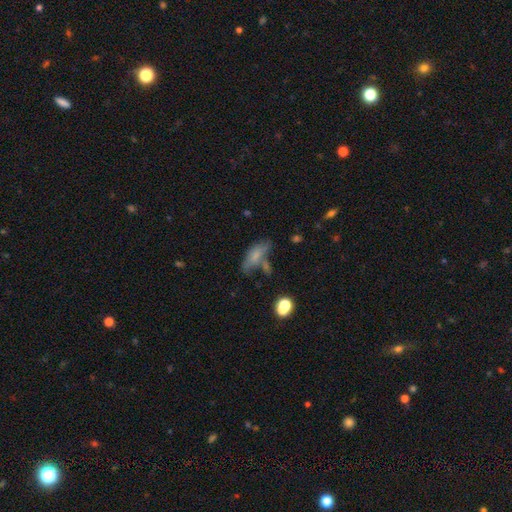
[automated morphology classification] A smooth galaxy with no disk features (65%) that is in between round and cigar-shaped (70%).

Vote fractions:
- Smooth or featured? smooth: 65% / featured or disk: 23% / star or artifact: 12%
- How rounded? in between: 70% / cigar-shaped: 26% / round: 4%
- Merging? none: 40% / minor disturbance: 24% / merger: 19% / major disturbance: 17%